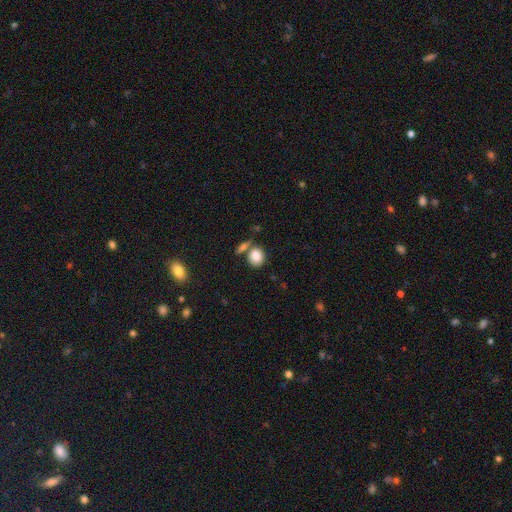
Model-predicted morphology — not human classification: This appears to be a smooth galaxy with no disk features (84%) that is round (55%). Merging: none (60%).